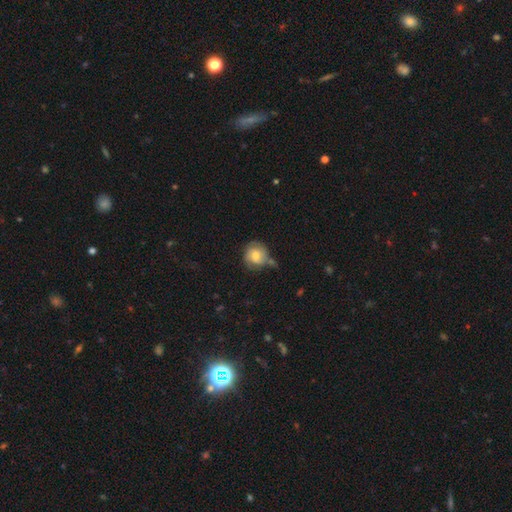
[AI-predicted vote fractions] Q: Smooth or featured?
A: smooth (55%); runner-up: featured or disk (37%)
Q: How rounded?
A: round (84%); runner-up: in between (15%)
Q: Merging?
A: none (49%); runner-up: minor disturbance (28%)